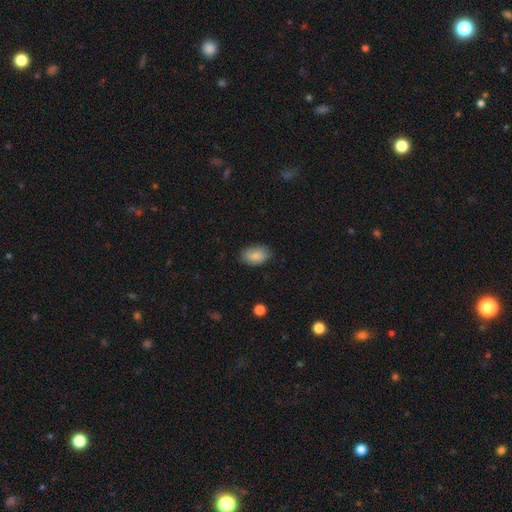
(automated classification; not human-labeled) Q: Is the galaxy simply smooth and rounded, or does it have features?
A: smooth — 83%.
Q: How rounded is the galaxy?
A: in between — 92%.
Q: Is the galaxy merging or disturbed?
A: none — 81%.